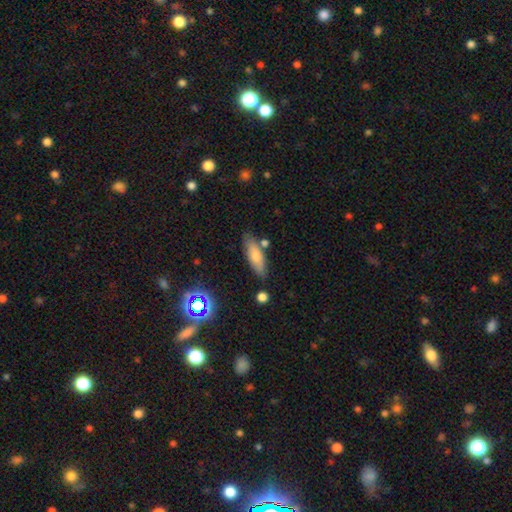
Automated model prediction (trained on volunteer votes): Smooth or featured? Predicted: smooth (p=0.72). How rounded? Predicted: in between (p=0.55). Merging? Predicted: none (p=0.77).